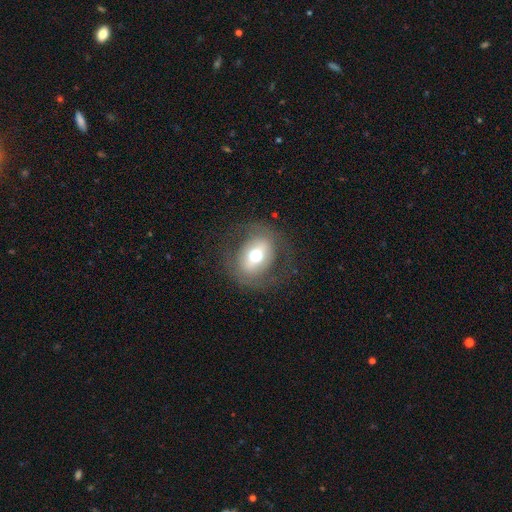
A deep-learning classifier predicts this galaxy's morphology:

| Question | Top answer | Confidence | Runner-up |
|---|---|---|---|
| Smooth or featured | smooth | 48% | featured or disk (42%) |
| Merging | none | 75% | minor disturbance (13%) |